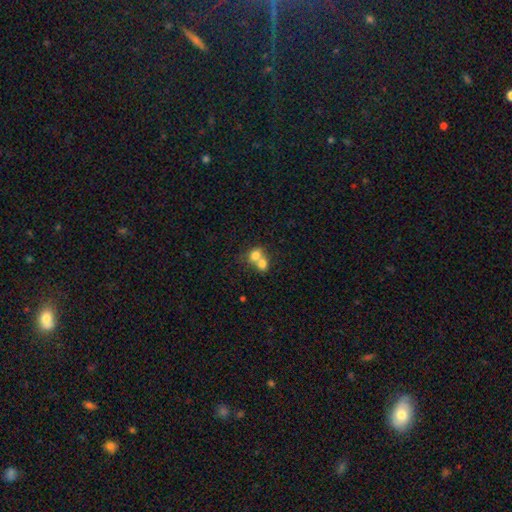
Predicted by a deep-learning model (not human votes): Smooth or featured: smooth — 75% (featured or disk — 16%)
How rounded: round — 50% (in between — 49%)
Merging: merger — 71% (none — 21%)